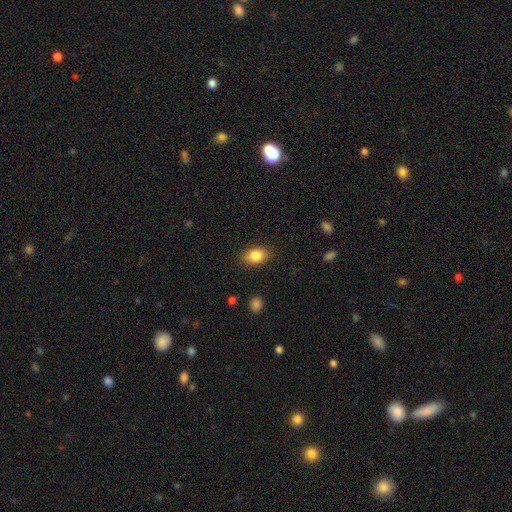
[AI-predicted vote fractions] smooth 84%, star or artifact 8%, featured or disk 8%. Down the decision tree: how rounded — in between (84%); merging — none (86%).